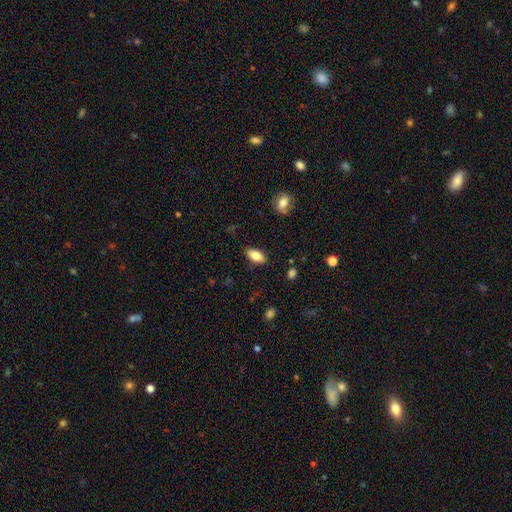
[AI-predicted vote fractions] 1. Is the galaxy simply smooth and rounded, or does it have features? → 81% smooth, 12% featured or disk, 7% star or artifact.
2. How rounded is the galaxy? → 87% in between, 10% cigar-shaped, 3% round.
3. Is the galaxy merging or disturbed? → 87% none, 10% minor disturbance, 2% major disturbance, 1% merger.